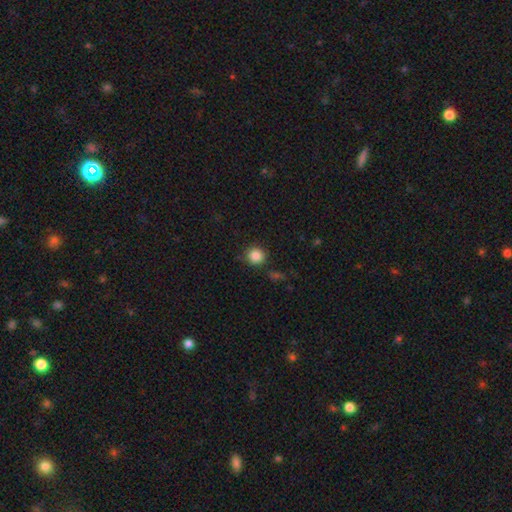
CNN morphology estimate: A smooth galaxy with no disk features (86%) that is round (90%). Merging: none (82%).